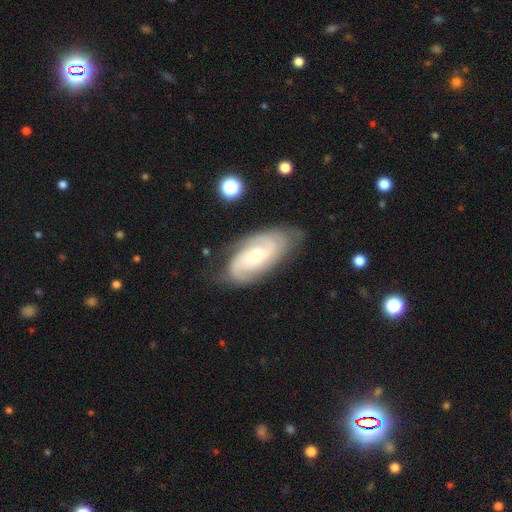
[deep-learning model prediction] smooth-or-featured: featured or disk: 80% | smooth: 14% | star or artifact: 6%
  disk-edge-on: no: 95% | yes: 5%
    bar: no: 57% | weak: 35% | strong: 9%
    has-spiral-arms: yes: 96% | no: 4%
      spiral-winding: tight: 49% | medium: 40% | loose: 11%
      spiral-arm-count: 2: 69% | can't tell: 14% | 3: 10% | 1: 3% | 4: 2% | more than 4: 2%
    bulge-size: small: 54% | moderate: 32% | none: 7% | large: 6% | dominant: 2%
  merging: none: 74% | minor disturbance: 18% | major disturbance: 6% | merger: 2%